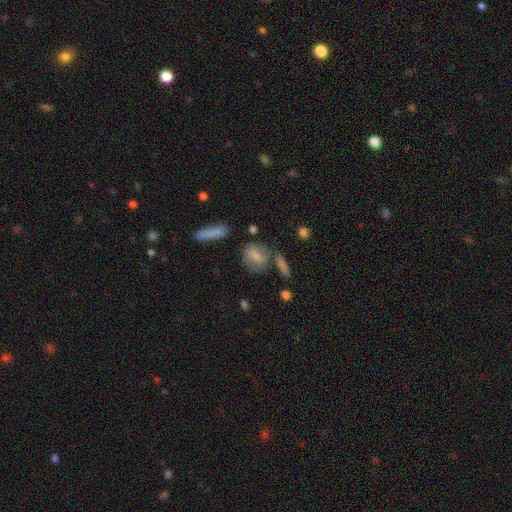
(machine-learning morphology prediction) A smooth galaxy with no disk features (67%) that is in between round and cigar-shaped (52%).

Vote fractions:
- Smooth or featured? smooth: 67% / featured or disk: 24% / star or artifact: 9%
- How rounded? in between: 52% / round: 40% / cigar-shaped: 8%
- Merging? none: 56% / minor disturbance: 20% / merger: 13% / major disturbance: 10%